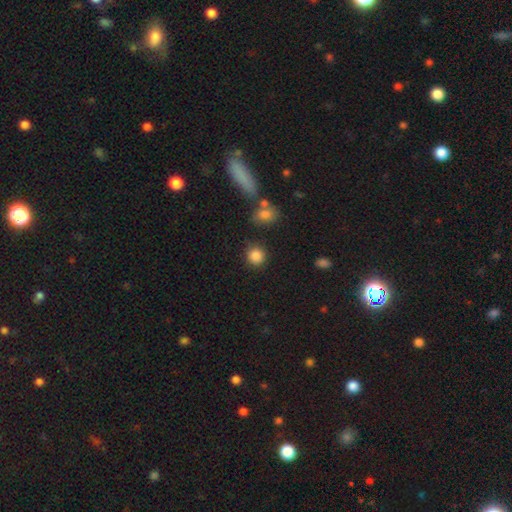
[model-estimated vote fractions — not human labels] Q: Smooth or featured?
A: smooth (85%); runner-up: star or artifact (10%)
Q: How rounded?
A: round (90%); runner-up: in between (9%)
Q: Merging?
A: none (81%); runner-up: minor disturbance (10%)